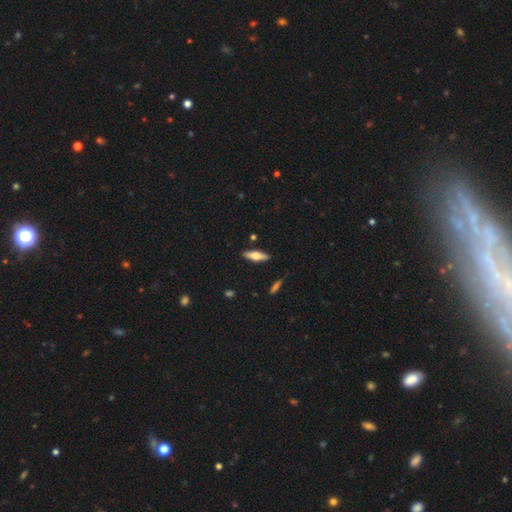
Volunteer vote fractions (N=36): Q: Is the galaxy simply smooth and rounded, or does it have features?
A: featured or disk — 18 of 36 (50%).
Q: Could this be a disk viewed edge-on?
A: yes — 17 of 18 (94%).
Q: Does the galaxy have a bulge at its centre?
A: rounded — 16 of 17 (94%).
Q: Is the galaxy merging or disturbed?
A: none — 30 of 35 (86%).